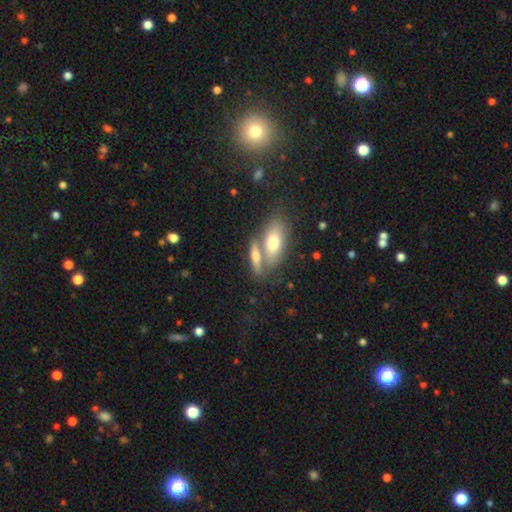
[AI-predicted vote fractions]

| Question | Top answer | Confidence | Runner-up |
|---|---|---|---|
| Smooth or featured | smooth | 60% | featured or disk (33%) |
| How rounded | in between | 53% | cigar-shaped (41%) |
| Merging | none | 48% | merger (39%) |